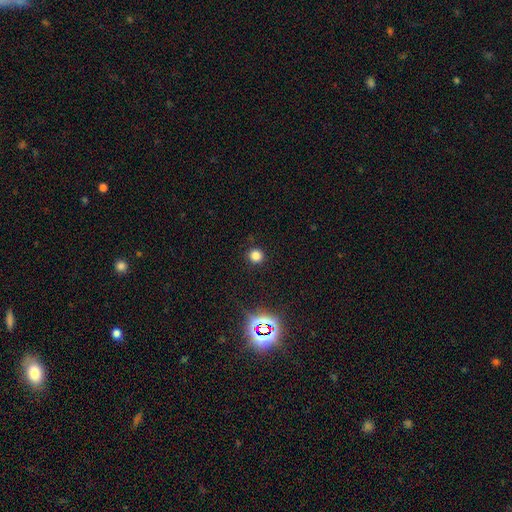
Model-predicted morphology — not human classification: Overall: smooth (78%). How rounded: round (94%). Merging: none (91%).